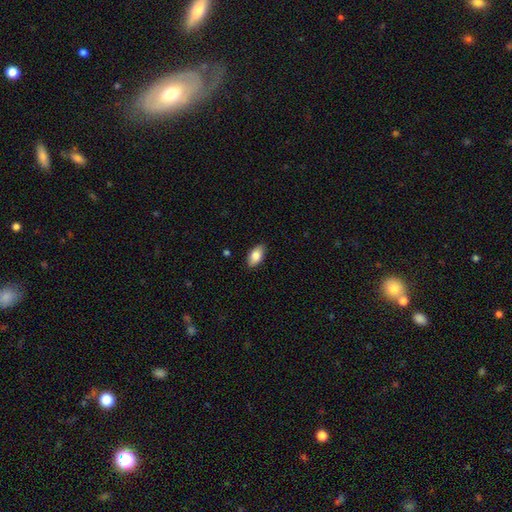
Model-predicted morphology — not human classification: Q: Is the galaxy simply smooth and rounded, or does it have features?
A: smooth — 83%.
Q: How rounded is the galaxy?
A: in between — 93%.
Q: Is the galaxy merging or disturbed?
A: none — 87%.